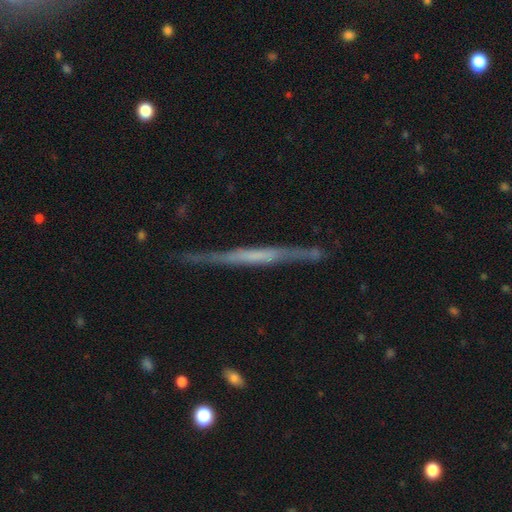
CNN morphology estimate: type=featured or disk (68%); edge-on=yes (95%); edge-on bulge=none (64%); merging=none (79%).